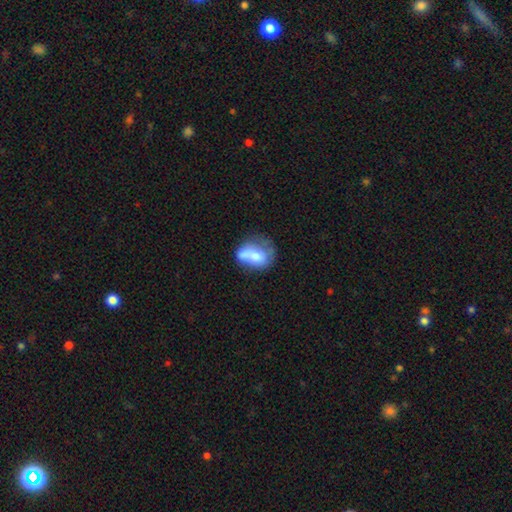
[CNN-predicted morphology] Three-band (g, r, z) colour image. It shows a smooth galaxy with no disk features (65%) that is in between round and cigar-shaped (72%). Merging: none (31%).